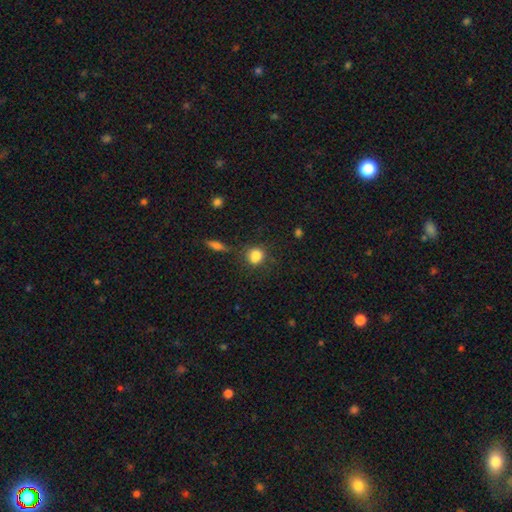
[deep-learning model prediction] Q: Smooth or featured?
A: smooth (84%); runner-up: star or artifact (10%)
Q: How rounded?
A: round (74%); runner-up: in between (24%)
Q: Merging?
A: none (71%); runner-up: minor disturbance (17%)